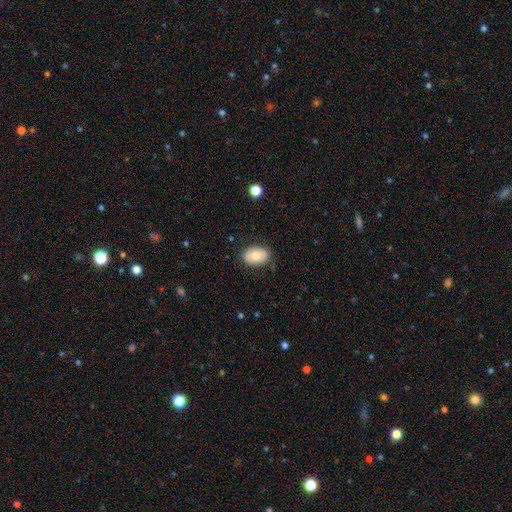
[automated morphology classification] A smooth galaxy with no disk features (74%) that is in between round and cigar-shaped (83%). Merging: none (83%).